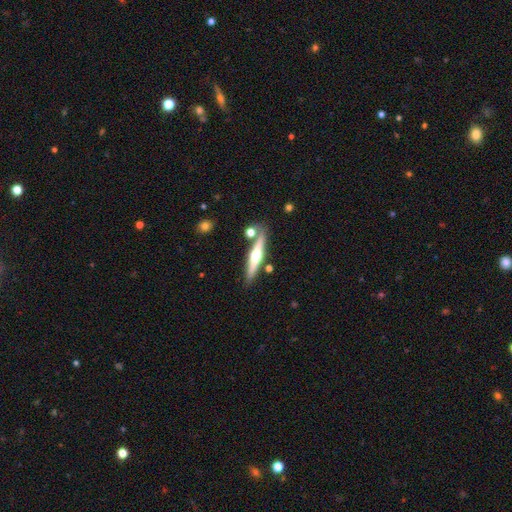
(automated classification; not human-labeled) Overall: featured or disk (68%). Edge-on disk: yes (97%). Edge-on bulge: rounded (95%). Merging: none (81%).